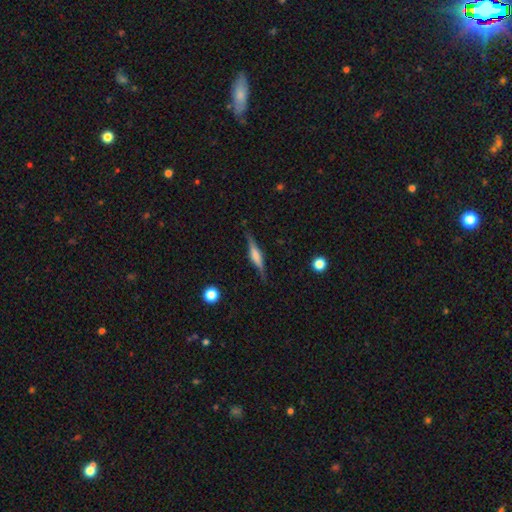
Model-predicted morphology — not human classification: smooth-or-featured: featured or disk: 65% | smooth: 29% | star or artifact: 7%
  disk-edge-on: yes: 97% | no: 3%
    edge-on-bulge: rounded: 52% | boxy: 37% | none: 10%
  merging: none: 86% | minor disturbance: 10% | major disturbance: 3% | merger: 1%